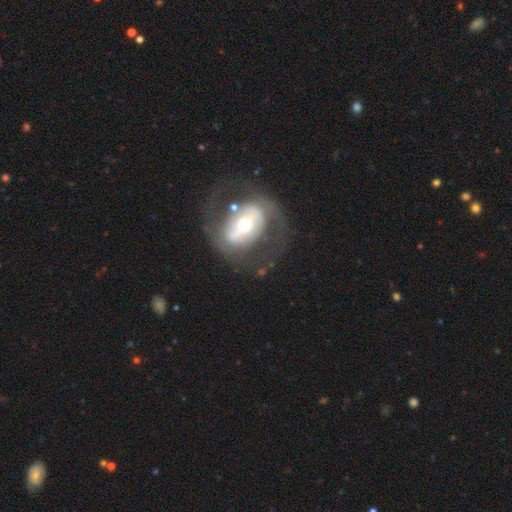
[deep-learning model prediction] Overall: featured or disk (73%). Edge-on disk: no (94%). Bar: no (40%; strong 34%). Spiral arms: yes (59%; no 41%). Bulge size: moderate (57%; small 30%). Merging: none (65%).